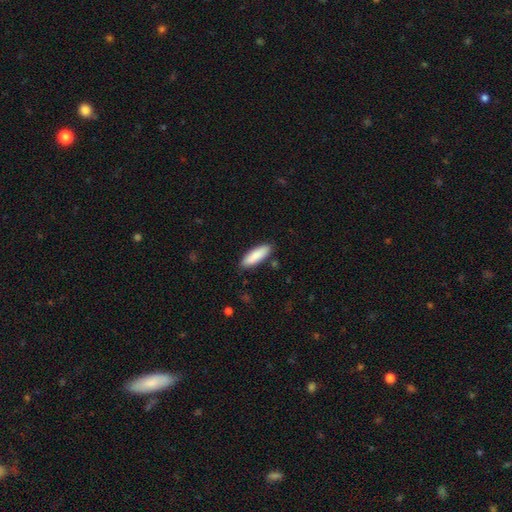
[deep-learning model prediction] Q: Smooth or featured?
A: smooth (87%); runner-up: featured or disk (8%)
Q: How rounded?
A: in between (49%); tied with: cigar-shaped (49%)
Q: Merging?
A: none (87%); runner-up: minor disturbance (10%)